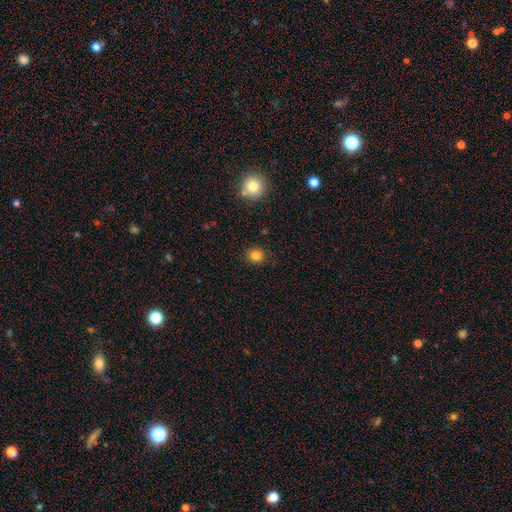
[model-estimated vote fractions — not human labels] Smooth or featured? Predicted: smooth (p=0.83). How rounded? Predicted: round (p=0.87). Merging? Predicted: none (p=0.88).